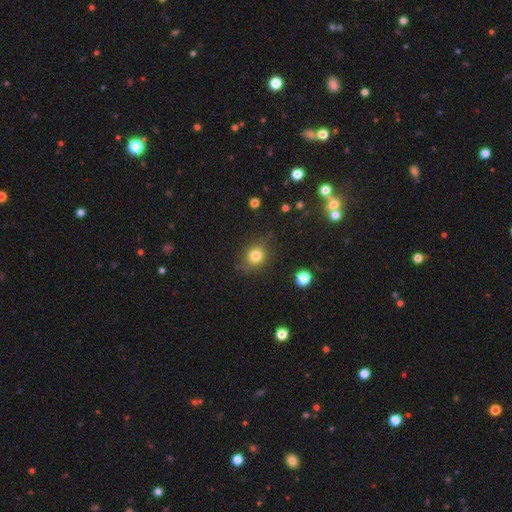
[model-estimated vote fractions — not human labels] Smooth or featured: smooth — 81% (star or artifact — 13%)
How rounded: round — 76% (in between — 23%)
Merging: none — 81% (minor disturbance — 13%)